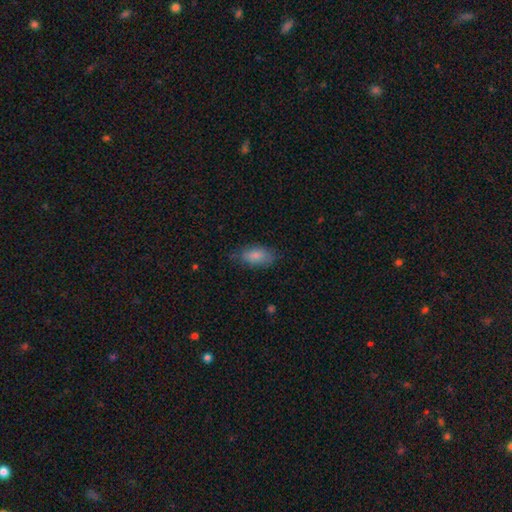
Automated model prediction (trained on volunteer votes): Q: Smooth or featured?
A: smooth (81%); runner-up: featured or disk (12%)
Q: How rounded?
A: in between (89%); runner-up: cigar-shaped (7%)
Q: Merging?
A: none (71%); runner-up: minor disturbance (22%)